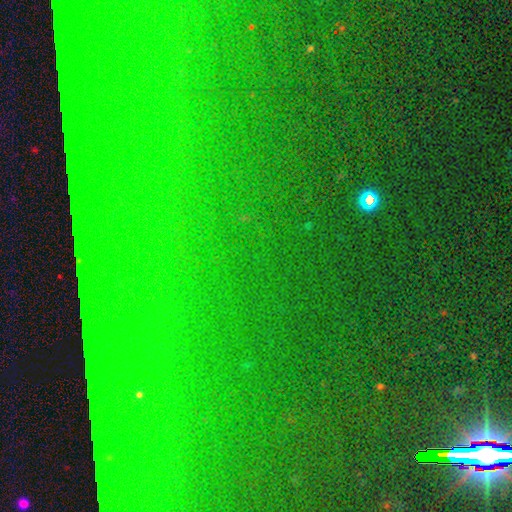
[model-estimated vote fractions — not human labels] Overall: star or artifact (80%).